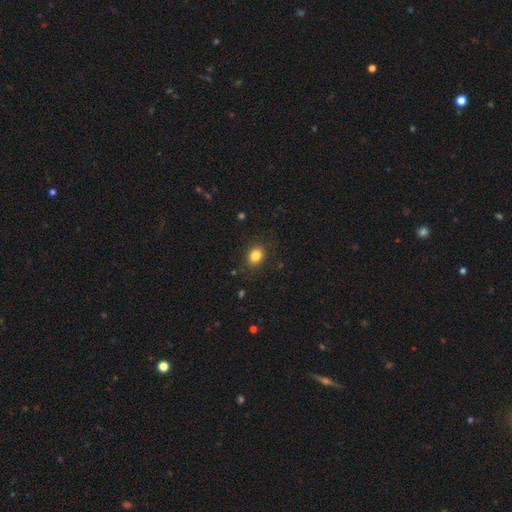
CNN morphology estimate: The model was most divided on "how rounded": in between: 59%, round: 39%, cigar-shaped: 1%. More confident: merging — none (85%); smooth or featured — smooth (84%).